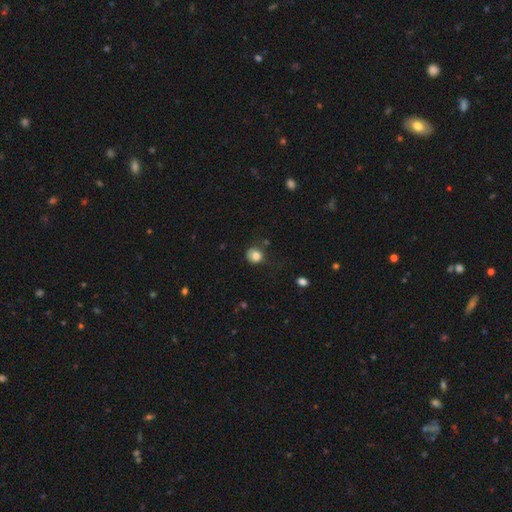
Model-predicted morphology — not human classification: Smooth or featured? Predicted: smooth (p=0.80). How rounded? Predicted: round (p=0.81). Merging? Predicted: none (p=0.57).